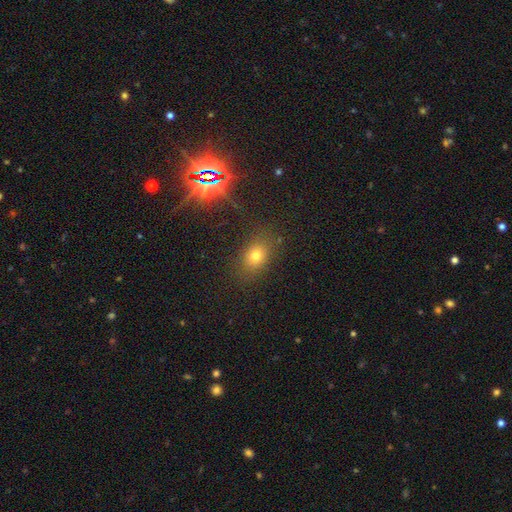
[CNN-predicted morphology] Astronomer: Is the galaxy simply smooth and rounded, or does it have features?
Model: smooth — 71%.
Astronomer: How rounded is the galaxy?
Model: in between — 56% (runner-up: round, 42%).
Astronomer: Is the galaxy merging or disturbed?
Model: none — 81%.